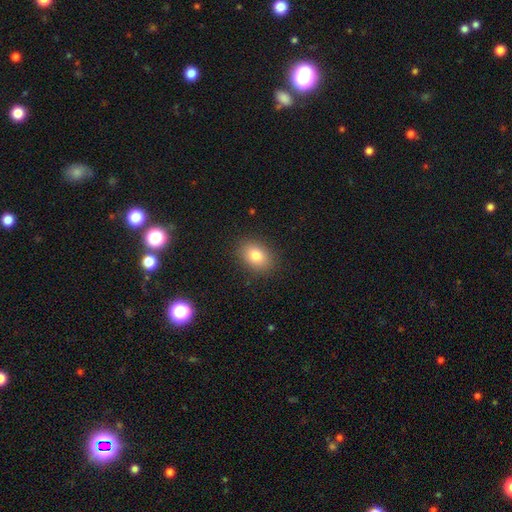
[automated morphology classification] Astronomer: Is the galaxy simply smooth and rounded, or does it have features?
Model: smooth — 81%.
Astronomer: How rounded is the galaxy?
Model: in between — 71%.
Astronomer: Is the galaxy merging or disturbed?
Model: none — 88%.